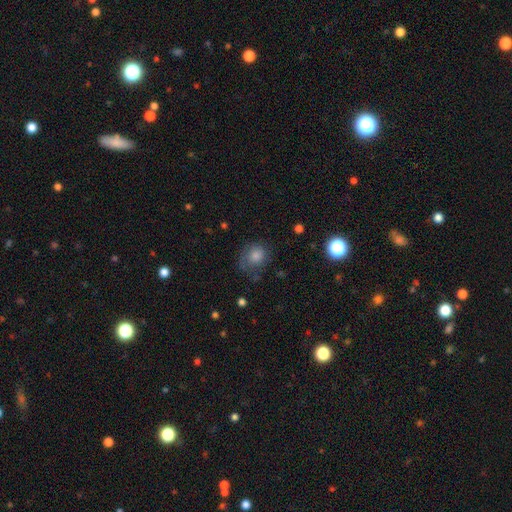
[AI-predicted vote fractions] Overall: smooth (74%). How rounded: round (72%). Merging: none (52%; minor disturbance 26%).